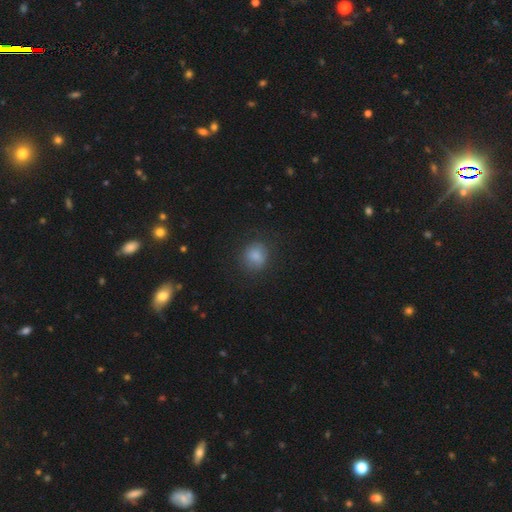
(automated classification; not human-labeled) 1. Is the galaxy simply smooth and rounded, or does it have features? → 83% smooth, 10% star or artifact, 7% featured or disk.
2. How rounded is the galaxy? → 81% round, 18% in between, 1% cigar-shaped.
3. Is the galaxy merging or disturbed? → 79% none, 14% minor disturbance, 6% major disturbance, 1% merger.